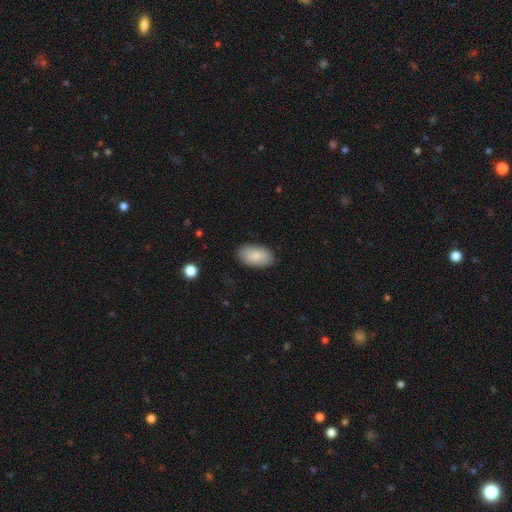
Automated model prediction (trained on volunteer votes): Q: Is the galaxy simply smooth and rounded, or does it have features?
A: smooth — 85%.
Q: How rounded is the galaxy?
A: in between — 95%.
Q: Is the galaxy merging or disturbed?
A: none — 86%.